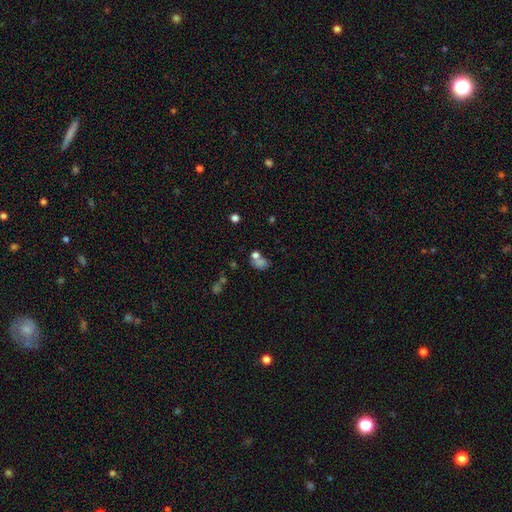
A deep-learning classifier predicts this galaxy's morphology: smooth-or-featured: smooth: 53% | star or artifact: 31% | featured or disk: 16%
  how-rounded: in between: 49% | round: 48% | cigar-shaped: 3%
  merging: none: 46% | merger: 31% | minor disturbance: 13% | major disturbance: 10%